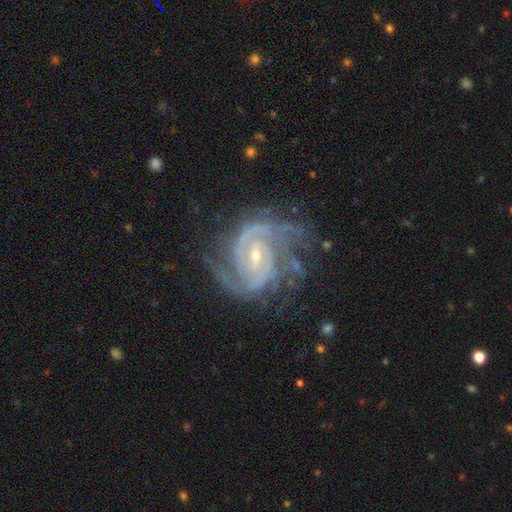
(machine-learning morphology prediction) Smooth or featured: featured or disk — 92% (star or artifact — 5%)
Edge-on disk: no — 98% (yes — 2%)
Bar: weak — 50% (strong — 26%)
Spiral arms: yes — 98% (no — 2%)
Spiral winding: tight — 56% (medium — 38%)
Spiral arm count: 2 — 44% (3 — 22%)
Bulge size: small — 64% (moderate — 32%)
Merging: none — 65% (minor disturbance — 21%)